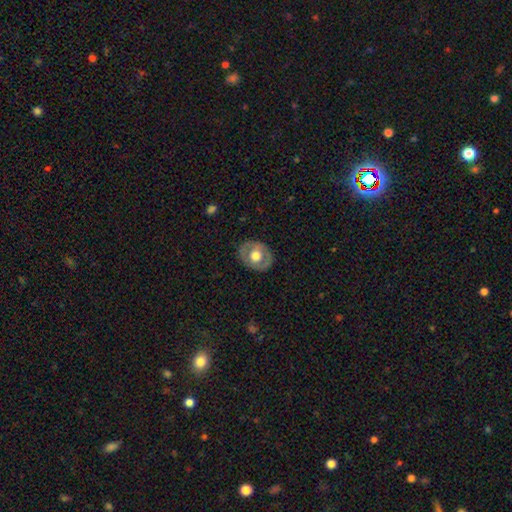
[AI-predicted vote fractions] This is possibly a smooth galaxy (48%). Merging: clearly none (82%).